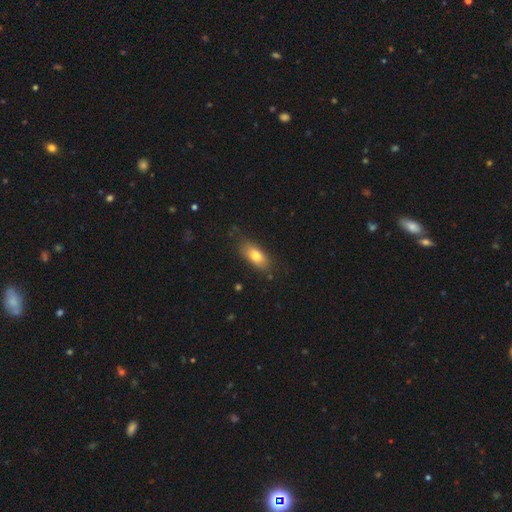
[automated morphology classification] Smooth or featured? smooth (77%)
How rounded? in between (84%)
Merging? none (74%)